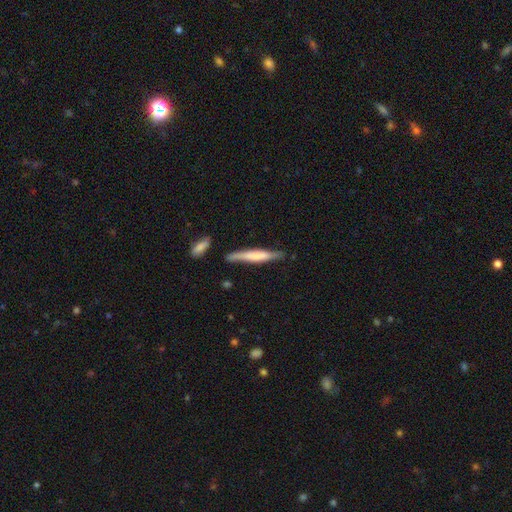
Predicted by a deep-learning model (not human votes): A smooth galaxy with no disk features (53%) that is cigar-shaped (92%).

Vote fractions:
- Smooth or featured? smooth: 53% / featured or disk: 41% / star or artifact: 5%
- How rounded? cigar-shaped: 92% / in between: 6% / round: 1%
- Merging? none: 73% / minor disturbance: 19% / merger: 4% / major disturbance: 4%